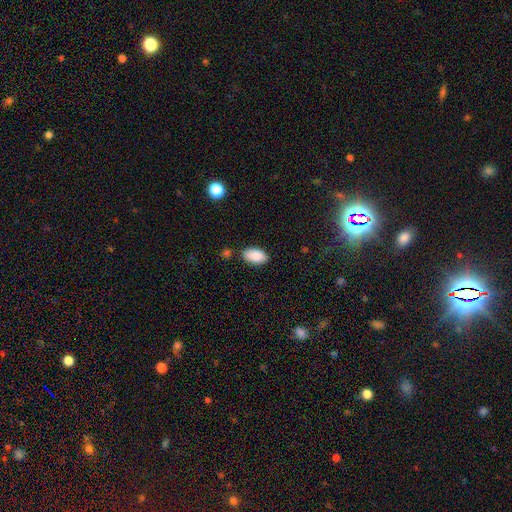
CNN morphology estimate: Smooth or featured? smooth (86%)
How rounded? in between (94%)
Merging? none (81%)